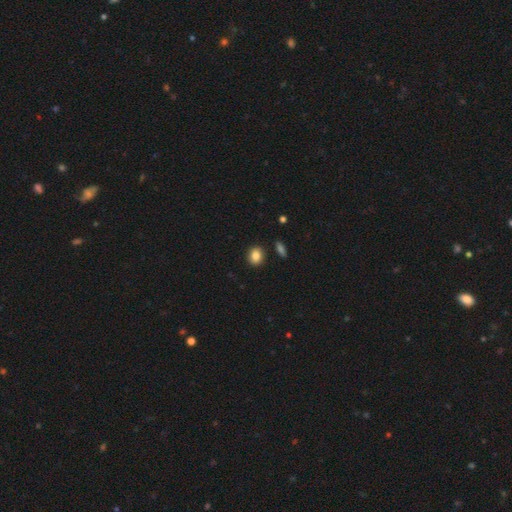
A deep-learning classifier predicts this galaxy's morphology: Overall: smooth (85%). How rounded: round (54%; in between 44%). Merging: none (88%).